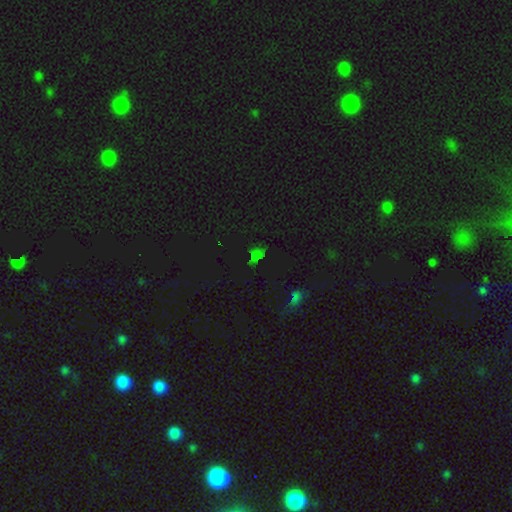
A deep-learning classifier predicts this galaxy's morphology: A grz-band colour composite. It shows a star or artifact, not a galaxy (58%).